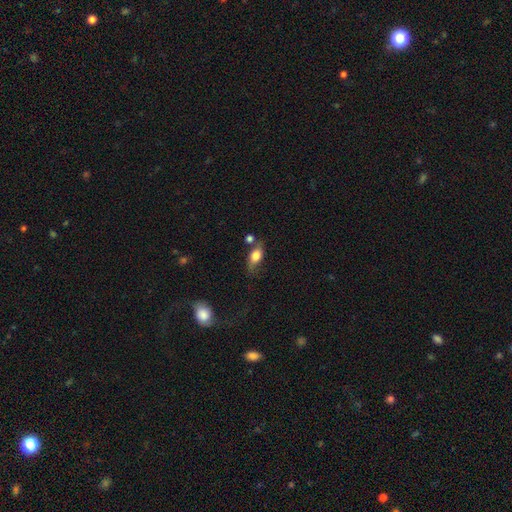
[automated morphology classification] smooth 69%, featured or disk 22%, star or artifact 8%. Down the decision tree: how rounded — in between (80%); merging — none (54%).